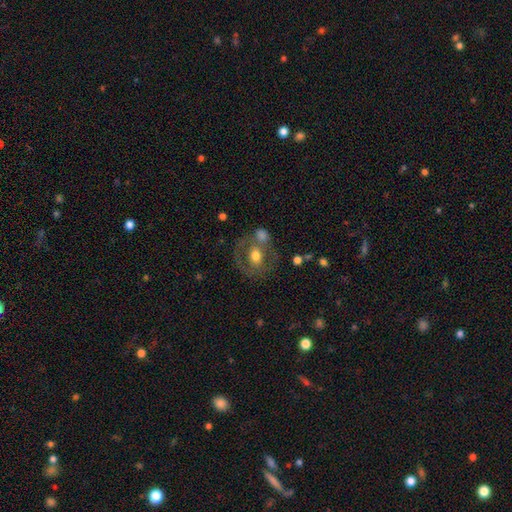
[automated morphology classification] smooth 49%, featured or disk 43%, star or artifact 8%. Down the decision tree: merging — none (52%).